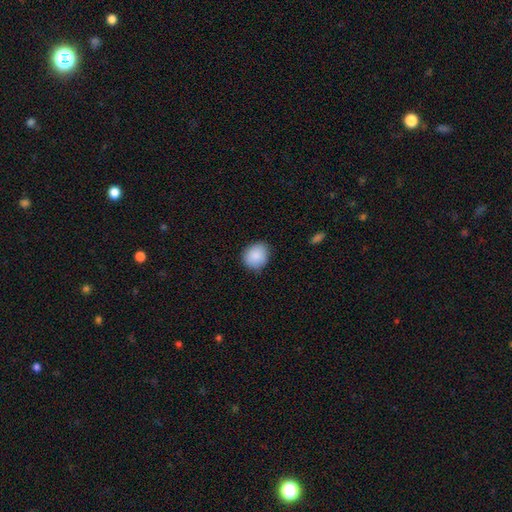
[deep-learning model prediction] The model was most divided on "how rounded": round: 71%, in between: 28%, cigar-shaped: 1%. More confident: smooth or featured — smooth (89%); merging — none (84%).